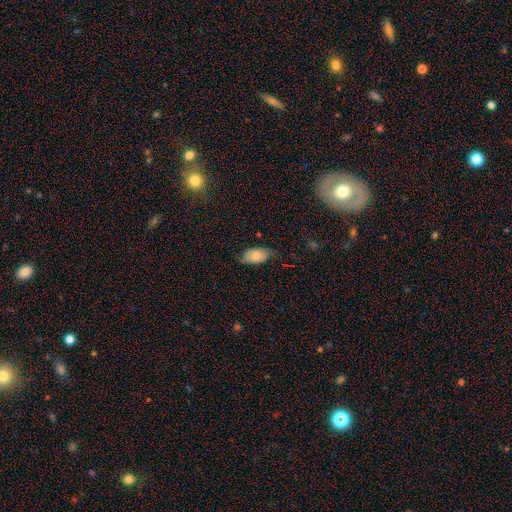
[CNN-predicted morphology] Smooth or featured? Predicted: smooth (p=0.71). How rounded? Predicted: in between (p=0.93). Merging? Predicted: none (p=0.62).